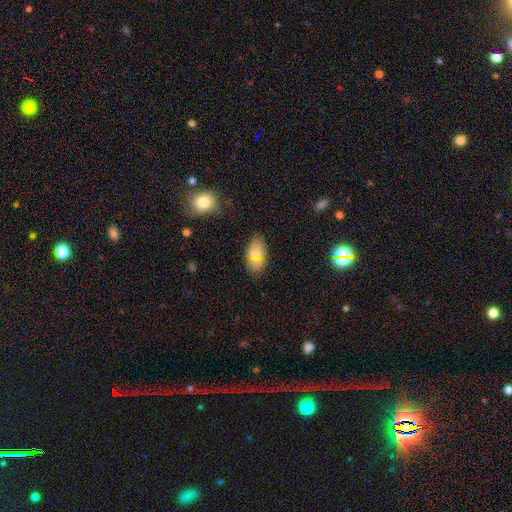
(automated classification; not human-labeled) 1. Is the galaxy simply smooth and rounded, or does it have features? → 73% smooth, 16% star or artifact, 12% featured or disk.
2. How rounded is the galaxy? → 91% in between, 6% round, 3% cigar-shaped.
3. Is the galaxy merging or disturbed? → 83% none, 12% minor disturbance, 3% major disturbance, 2% merger.